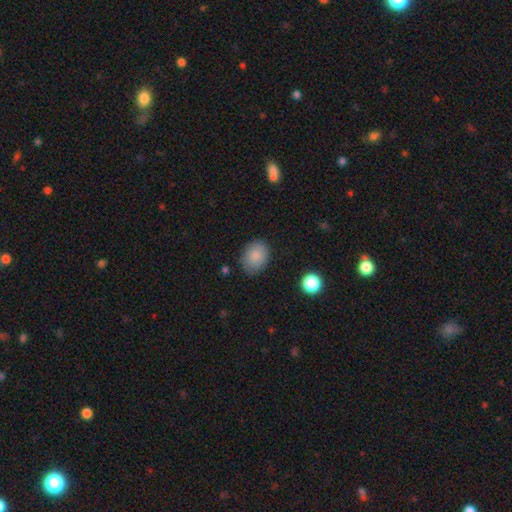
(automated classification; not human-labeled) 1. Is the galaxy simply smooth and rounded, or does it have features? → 86% smooth, 8% star or artifact, 6% featured or disk.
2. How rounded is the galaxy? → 63% in between, 36% round, 1% cigar-shaped.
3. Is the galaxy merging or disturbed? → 81% none, 14% minor disturbance, 4% major disturbance, 1% merger.